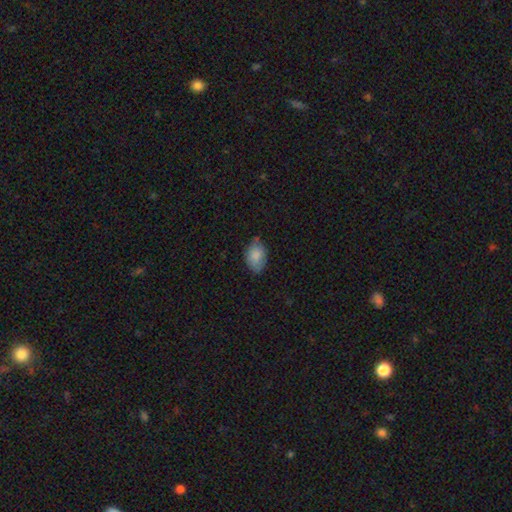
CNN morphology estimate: The model was most divided on "merging": none: 68%, minor disturbance: 26%, major disturbance: 4%, merger: 2%. More confident: how rounded — in between (89%); smooth or featured — smooth (84%).